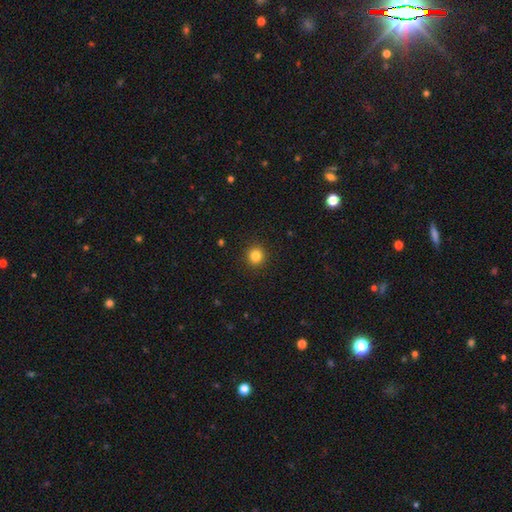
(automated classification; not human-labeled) smooth 83%, star or artifact 12%, featured or disk 5%. Down the decision tree: how rounded — round (93%); merging — none (92%).